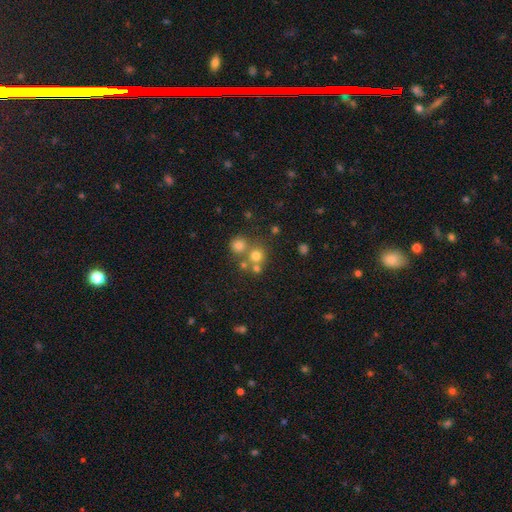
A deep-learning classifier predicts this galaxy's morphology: This is likely a smooth galaxy (70%). How rounded: clearly round (90%). Merging: possibly none (59%).